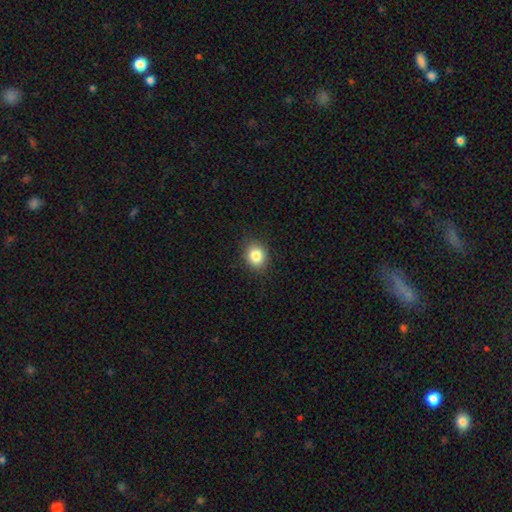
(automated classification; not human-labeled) smooth_or_featured: smooth (p=0.84) [alt: star or artifact p=0.10]
how_rounded: round (p=0.60) [alt: in between p=0.39]
merging: none (p=0.88) [alt: minor disturbance p=0.08]